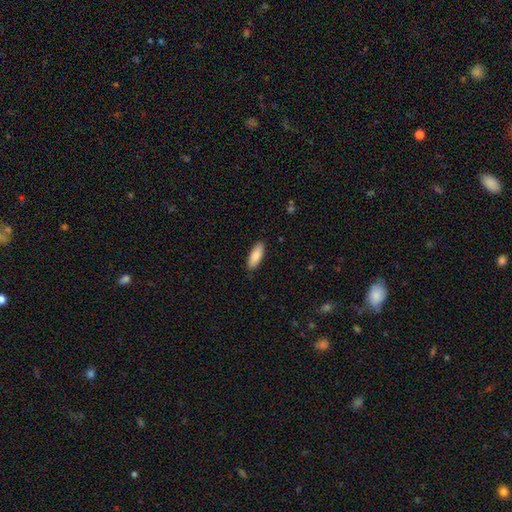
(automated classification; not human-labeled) smooth-or-featured: smooth: 87% | featured or disk: 7% | star or artifact: 6%
  how-rounded: in between: 66% | cigar-shaped: 33% | round: 2%
  merging: none: 87% | minor disturbance: 10% | major disturbance: 2% | merger: 1%